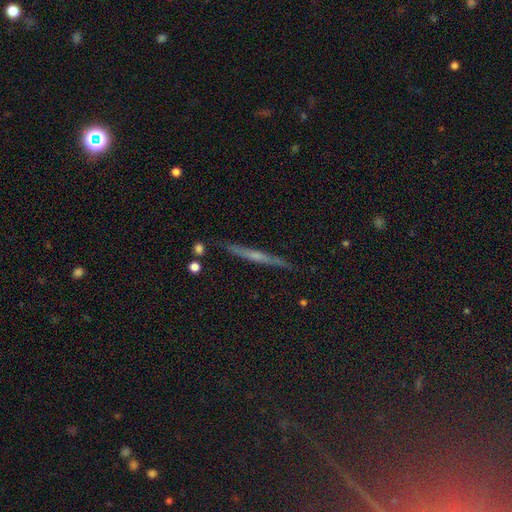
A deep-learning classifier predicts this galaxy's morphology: Smooth or featured: featured or disk — 63% (smooth — 26%)
Edge-on disk: yes — 97% (no — 3%)
Edge-on bulge: none — 46% (rounded — 45%)
Merging: none — 88% (minor disturbance — 8%)